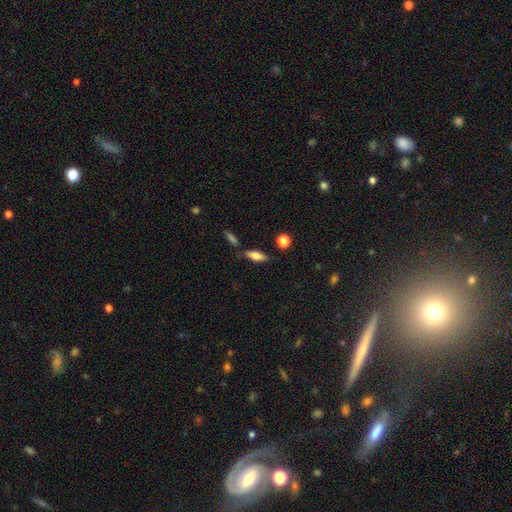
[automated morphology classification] This is likely a smooth galaxy (68%). How rounded: possibly in between (59%). Merging: likely none (74%).